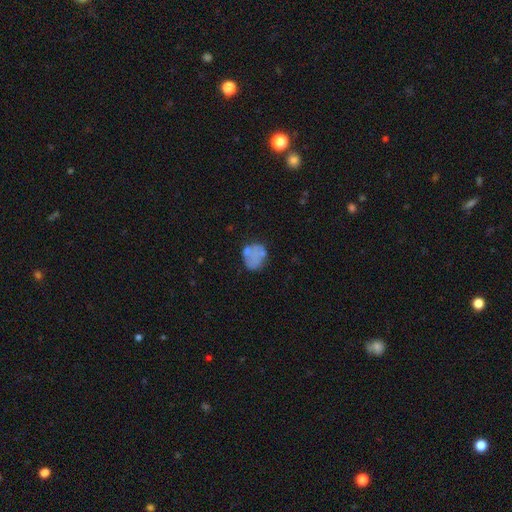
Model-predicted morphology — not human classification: Q: Smooth or featured?
A: smooth (61%); runner-up: featured or disk (28%)
Q: How rounded?
A: round (53%); runner-up: in between (45%)
Q: Merging?
A: none (48%); runner-up: minor disturbance (25%)